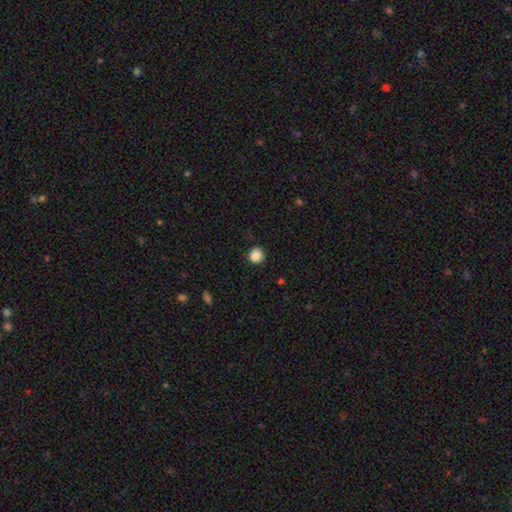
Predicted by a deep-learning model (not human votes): This appears to be a smooth galaxy with no disk features (87%) that is round (89%). Merging: none (88%).